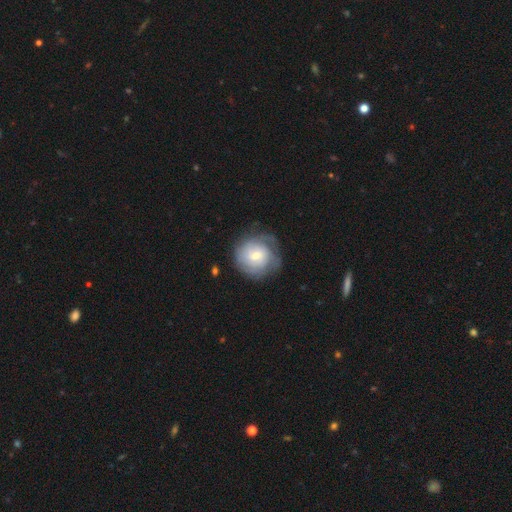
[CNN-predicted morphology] This appears to be a featured or disk galaxy (59%) with no bar (57%), spiral arms (84%) and a small central bulge (52%). Merging: none (68%).